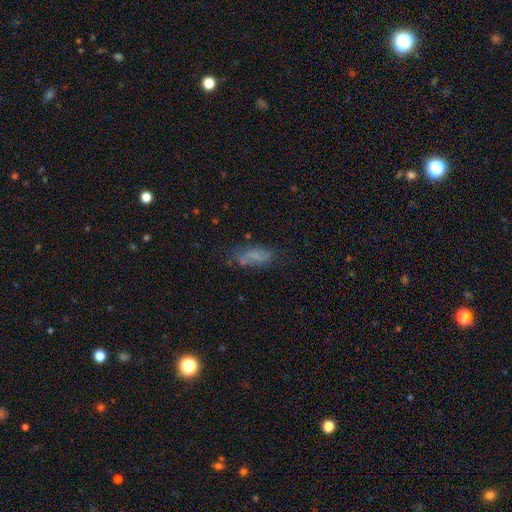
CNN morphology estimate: Smooth or featured? Predicted: smooth (p=0.65). How rounded? Predicted: in between (p=0.82). Merging? Predicted: none (p=0.56).